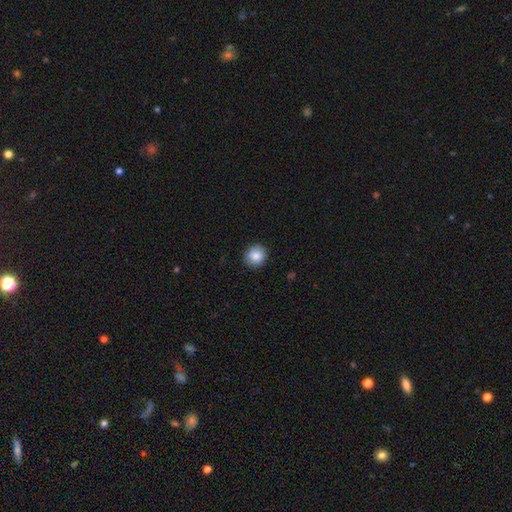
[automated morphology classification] A smooth galaxy with no disk features (87%) that is round (87%). Merging: none (89%).